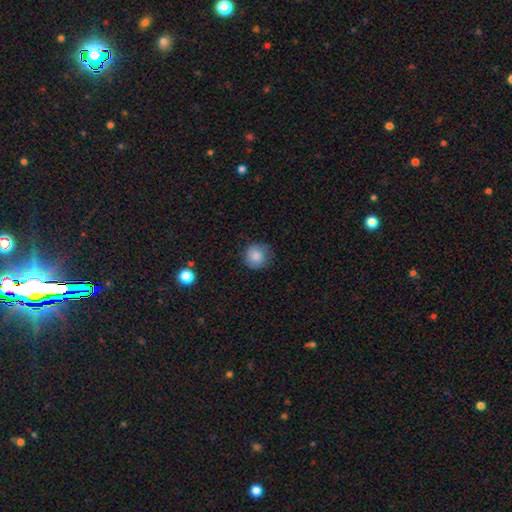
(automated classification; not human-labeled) A smooth galaxy with no disk features (86%) that is round (92%). Merging: none (79%).